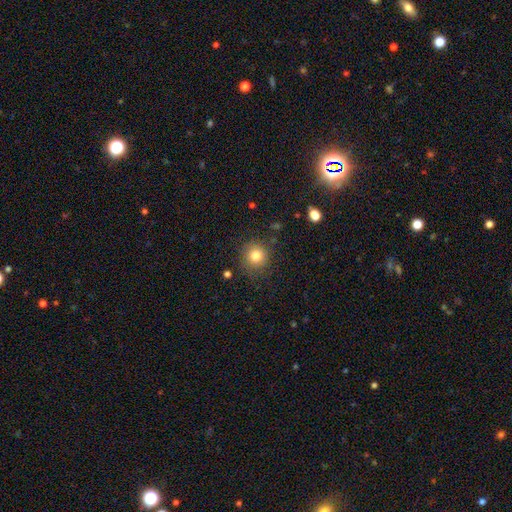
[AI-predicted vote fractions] Morphology: type=smooth (82%); roundness=round (91%); merging=none (83%).